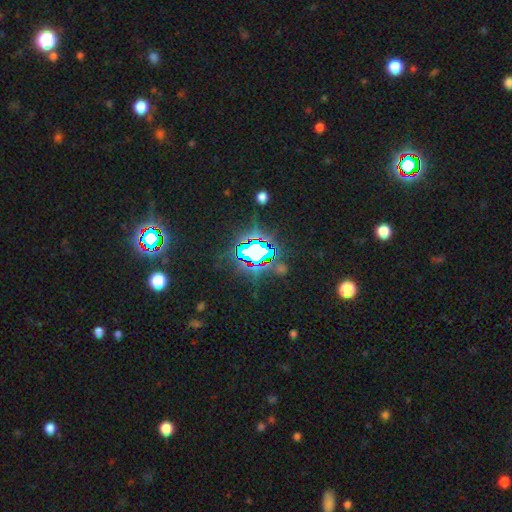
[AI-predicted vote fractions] The model was most divided on "smooth or featured": star or artifact: 80%, smooth: 12%, featured or disk: 8%.